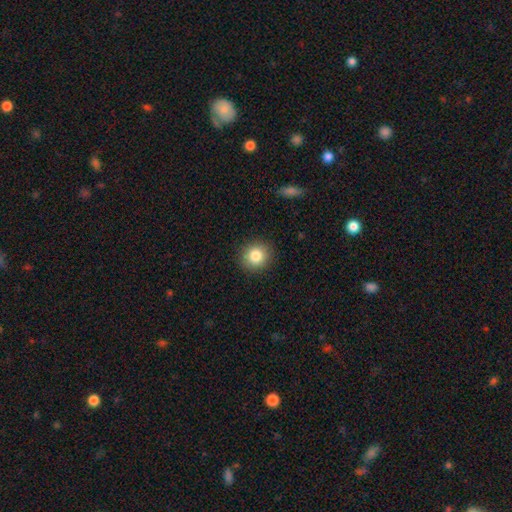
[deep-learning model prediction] The model was most divided on "smooth or featured": smooth: 83%, star or artifact: 10%, featured or disk: 7%. More confident: merging — none (91%); how rounded — round (87%).